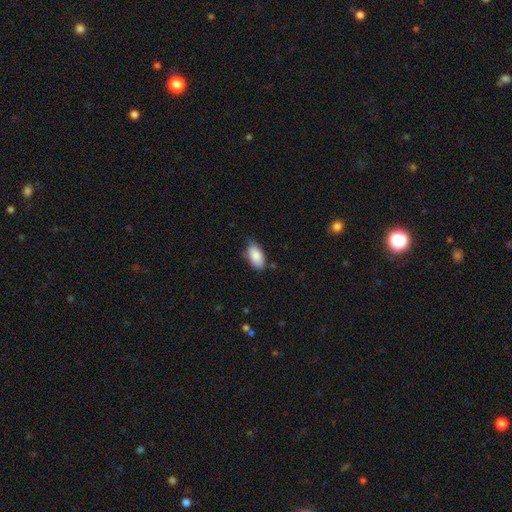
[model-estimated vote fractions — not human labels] Smooth or featured? Predicted: smooth (p=0.87). How rounded? Predicted: in between (p=0.93). Merging? Predicted: none (p=0.73).